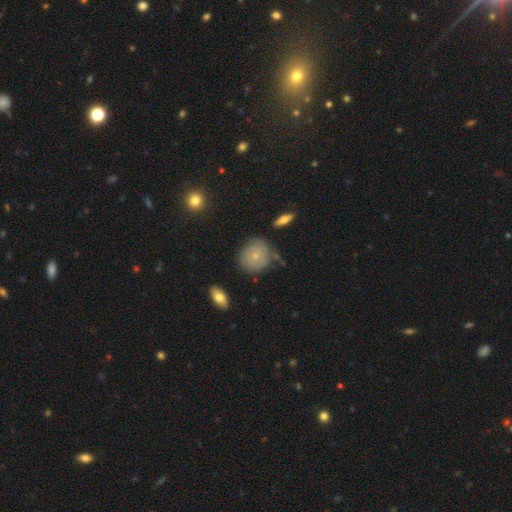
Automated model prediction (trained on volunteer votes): A smooth galaxy with no disk features (57%) that is round (74%).

Vote fractions:
- Smooth or featured? smooth: 57% / featured or disk: 34% / star or artifact: 8%
- How rounded? round: 74% / in between: 25% / cigar-shaped: 1%
- Merging? none: 65% / minor disturbance: 24% / major disturbance: 6% / merger: 4%